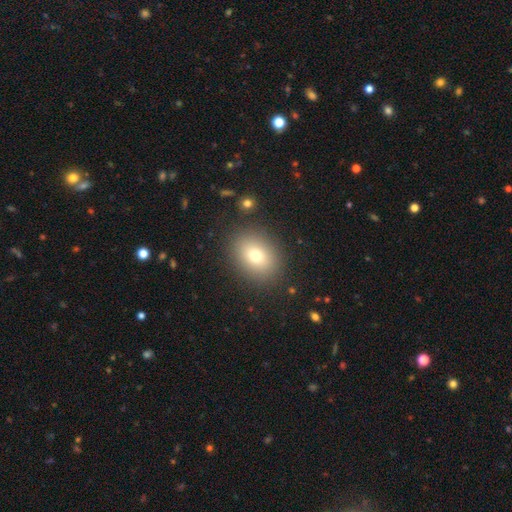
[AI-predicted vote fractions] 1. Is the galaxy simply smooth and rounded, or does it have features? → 74% smooth, 13% featured or disk, 12% star or artifact.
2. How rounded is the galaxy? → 56% in between, 43% round, 1% cigar-shaped.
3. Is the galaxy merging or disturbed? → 87% none, 8% minor disturbance, 3% major disturbance, 2% merger.